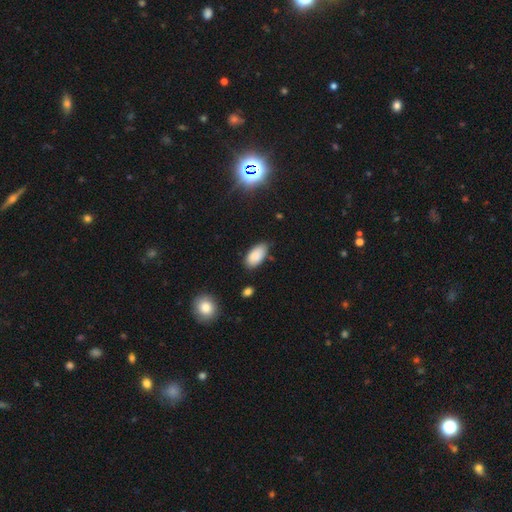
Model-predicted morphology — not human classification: type=smooth (87%); roundness=in between (95%); merging=none (75%).